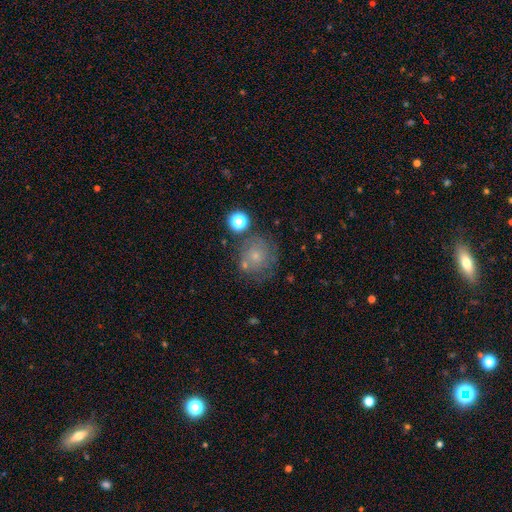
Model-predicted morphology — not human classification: Overall: smooth (55%; featured or disk 29%). How rounded: round (87%). Merging: none (61%).